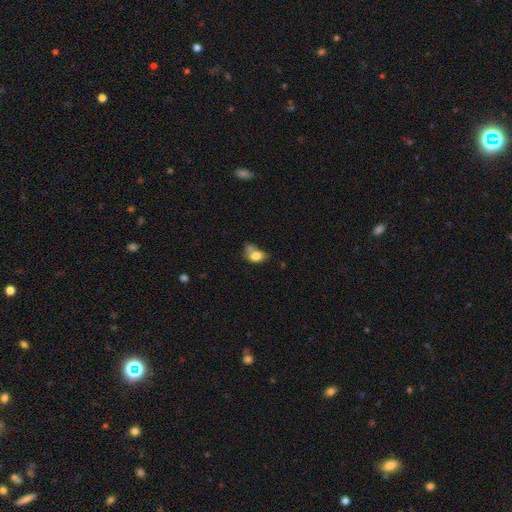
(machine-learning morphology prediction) This is likely a smooth galaxy (75%). How rounded: likely in between (76%). Merging: marginally none (28%).